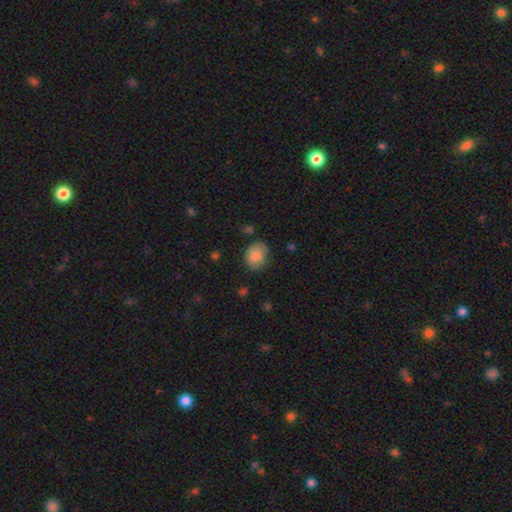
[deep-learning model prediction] This appears to be a smooth galaxy with no disk features (85%) that is round (57%). Merging: none (68%).